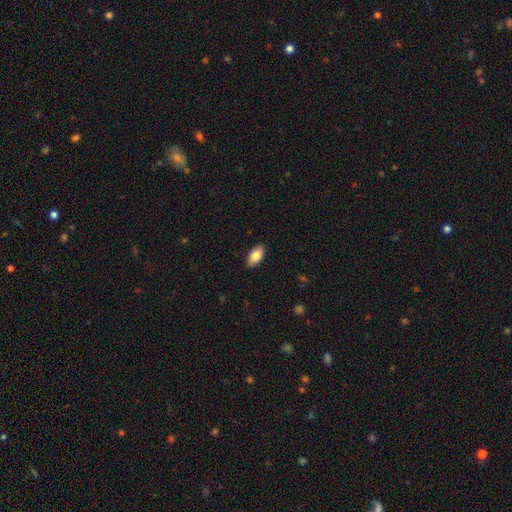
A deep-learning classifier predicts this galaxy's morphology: A smooth galaxy with no disk features (83%) that is in between round and cigar-shaped (93%). Merging: none (89%).